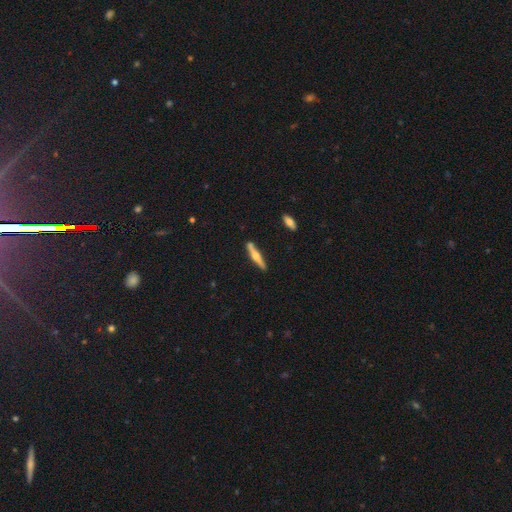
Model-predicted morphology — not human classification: A featured or disk galaxy (61%) viewed edge-on (96%) with a rounded central bulge (91%).

Vote fractions:
- Smooth or featured? featured or disk: 61% / smooth: 34% / star or artifact: 5%
- Edge-on disk? yes: 96% / no: 4%
- Edge-on bulge? rounded: 91% / none: 5% / boxy: 4%
- Merging? none: 86% / minor disturbance: 9% / merger: 3% / major disturbance: 2%